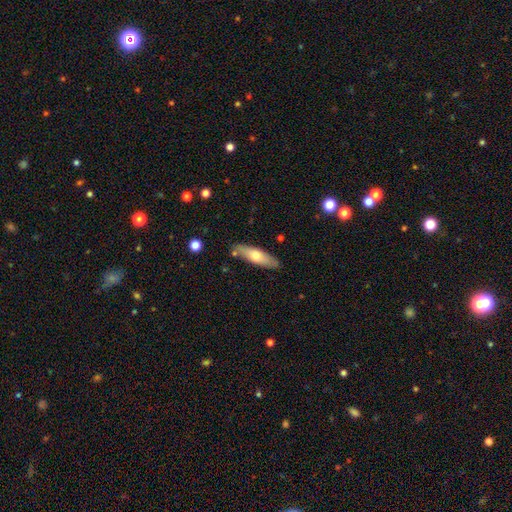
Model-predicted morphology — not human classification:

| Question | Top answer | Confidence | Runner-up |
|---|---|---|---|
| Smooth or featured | smooth | 60% | featured or disk (34%) |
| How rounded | cigar-shaped | 56% | in between (42%) |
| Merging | none | 82% | minor disturbance (12%) |